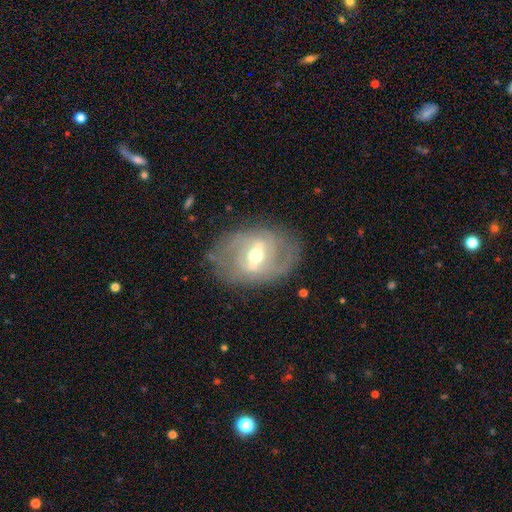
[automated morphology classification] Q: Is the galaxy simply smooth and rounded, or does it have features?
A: featured or disk — 77%.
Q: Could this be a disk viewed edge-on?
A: no — 93%.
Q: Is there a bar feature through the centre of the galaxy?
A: strong — 46%.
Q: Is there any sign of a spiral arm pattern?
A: yes — 73%.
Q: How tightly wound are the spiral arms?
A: tight — 41%.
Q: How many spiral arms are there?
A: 2 — 60%.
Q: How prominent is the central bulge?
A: moderate — 66%.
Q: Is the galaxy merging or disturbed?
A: none — 76%.